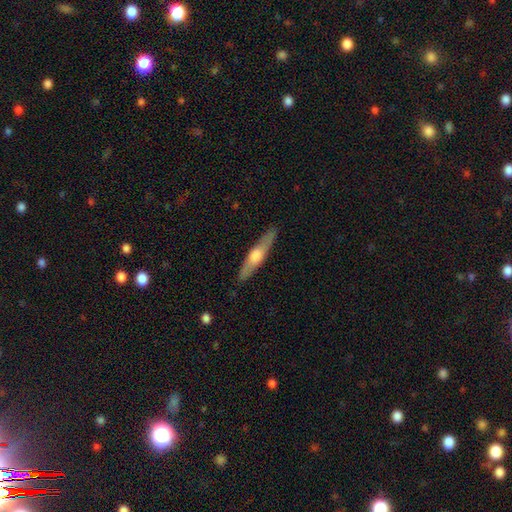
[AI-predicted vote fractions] The model was most divided on "smooth or featured": featured or disk: 62%, smooth: 33%, star or artifact: 5%. More confident: edge-on disk — yes (94%); merging — none (88%); edge-on bulge — rounded (87%).